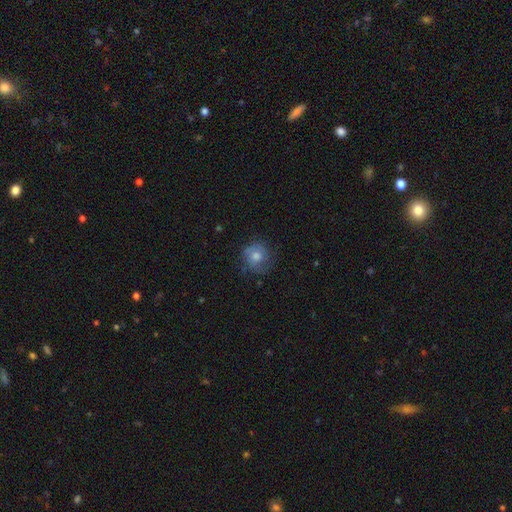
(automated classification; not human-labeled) smooth-or-featured: smooth: 46% | featured or disk: 41% | star or artifact: 12%
  merging: none: 73% | minor disturbance: 18% | major disturbance: 8% | merger: 1%